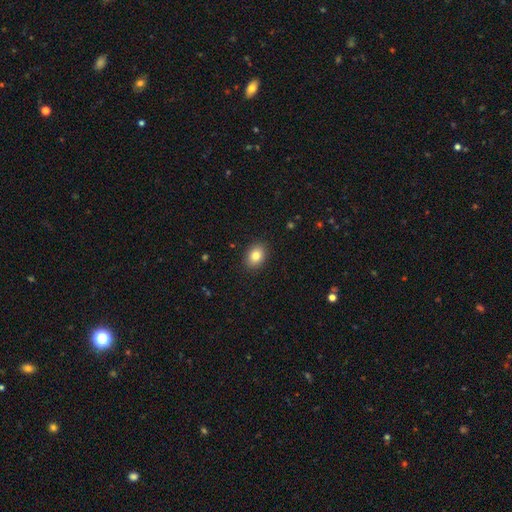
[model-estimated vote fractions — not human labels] This is clearly a smooth galaxy (83%). How rounded: likely in between (67%). Merging: clearly none (89%).